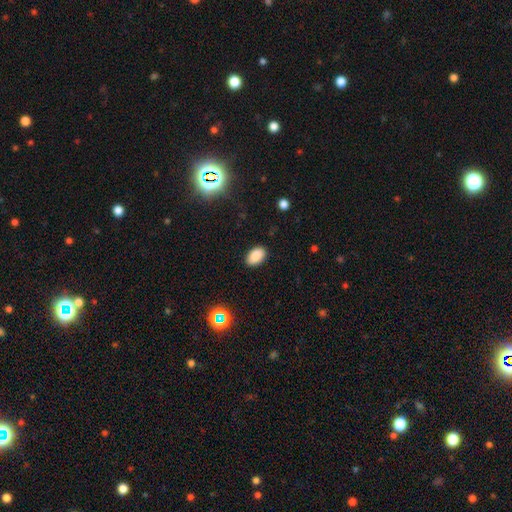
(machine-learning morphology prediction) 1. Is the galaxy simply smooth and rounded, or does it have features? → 86% smooth, 10% star or artifact, 4% featured or disk.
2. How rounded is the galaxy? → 92% in between, 7% round, 1% cigar-shaped.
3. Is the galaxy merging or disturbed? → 88% none, 9% minor disturbance, 2% major disturbance, 1% merger.